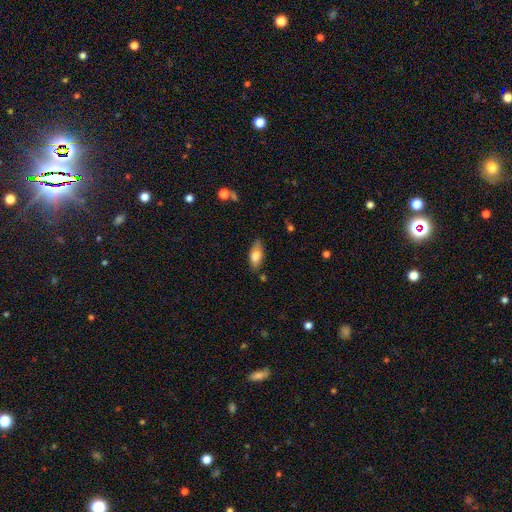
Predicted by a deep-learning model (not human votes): Morphology: type=smooth (75%); roundness=in between (84%); merging=none (74%).